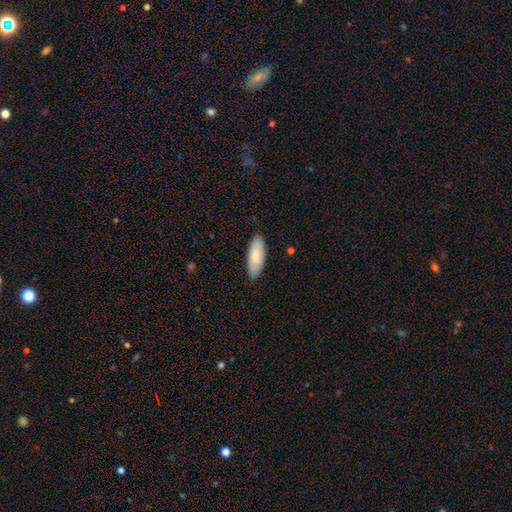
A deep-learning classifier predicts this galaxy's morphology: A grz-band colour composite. It shows a smooth galaxy with no disk features (79%) that is in between round and cigar-shaped (77%). Merging: none (86%).